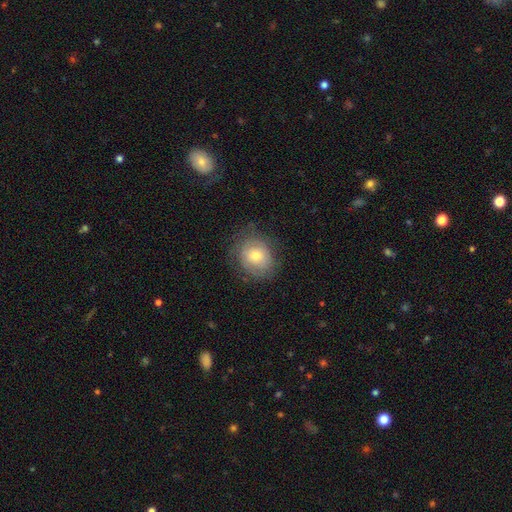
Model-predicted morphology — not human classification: Smooth or featured? Predicted: smooth (p=0.61). How rounded? Predicted: round (p=0.73). Merging? Predicted: none (p=0.73).